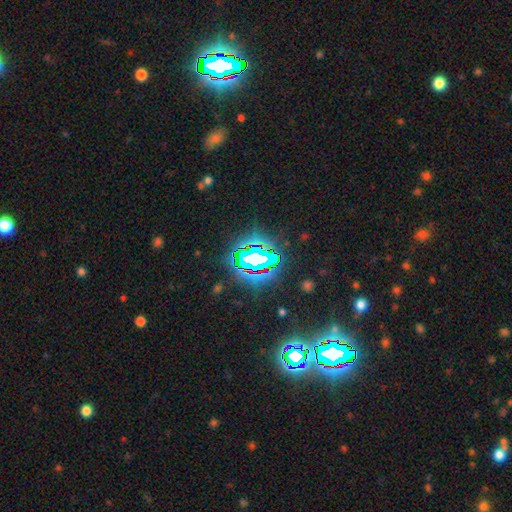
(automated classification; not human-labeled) This appears to be a star or artifact, not a galaxy (73%).